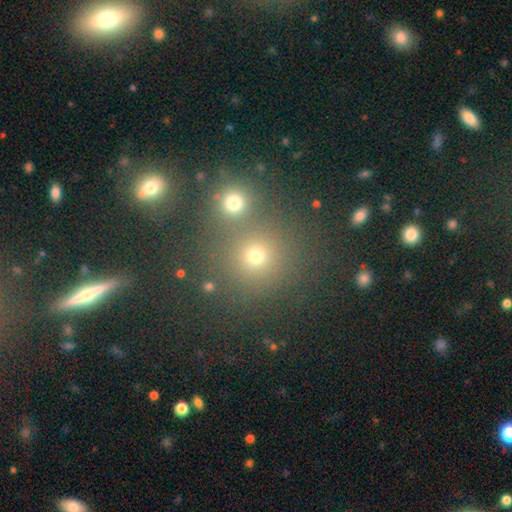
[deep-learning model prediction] Morphology: type=smooth (70%); roundness=round (90%); merging=none (62%).